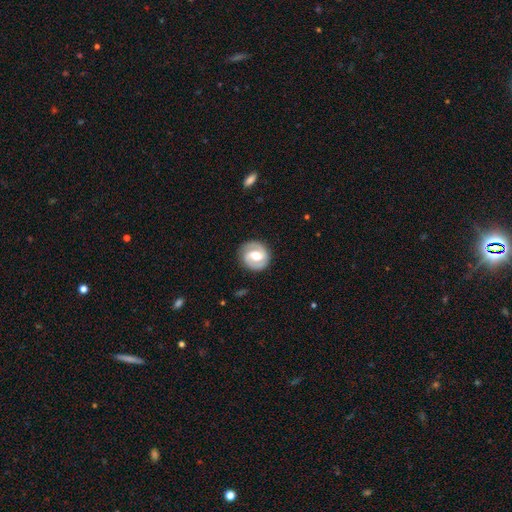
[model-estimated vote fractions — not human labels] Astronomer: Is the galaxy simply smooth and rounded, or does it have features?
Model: featured or disk — 79%.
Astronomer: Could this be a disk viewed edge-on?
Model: no — 98%.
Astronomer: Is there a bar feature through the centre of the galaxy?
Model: weak — 46% (runner-up: strong, 28%).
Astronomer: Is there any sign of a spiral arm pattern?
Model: yes — 89%.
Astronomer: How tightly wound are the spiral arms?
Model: tight — 46% (runner-up: medium, 42%).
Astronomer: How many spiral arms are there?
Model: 2 — 89%.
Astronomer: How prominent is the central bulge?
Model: moderate — 71%.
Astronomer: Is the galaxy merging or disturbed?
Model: none — 87%.